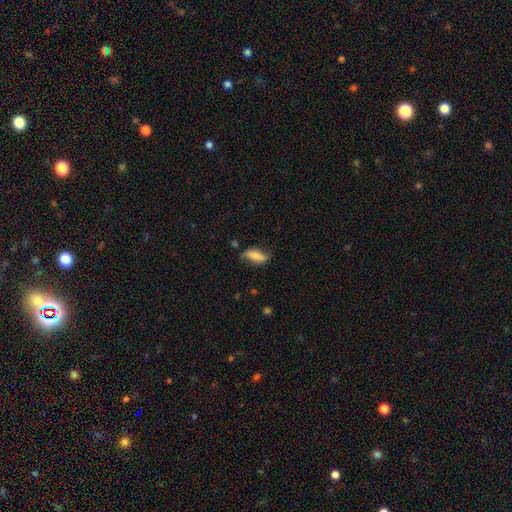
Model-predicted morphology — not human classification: smooth_or_featured: smooth (p=0.64) [alt: featured or disk p=0.28]
how_rounded: in between (p=0.75) [alt: cigar-shaped p=0.21]
merging: none (p=0.56) [alt: minor disturbance p=0.30]